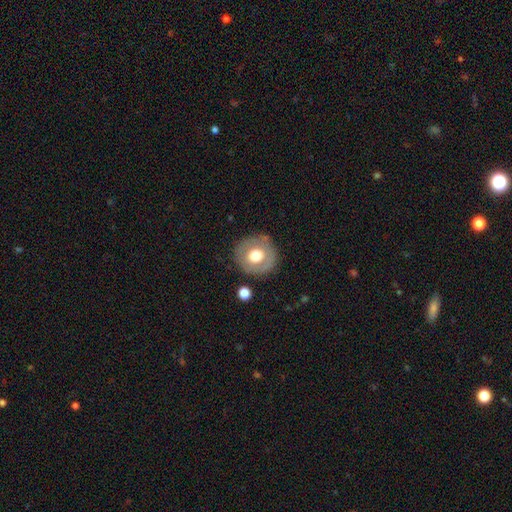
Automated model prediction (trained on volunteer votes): Smooth or featured? smooth (58%)
How rounded? round (91%)
Merging? none (84%)